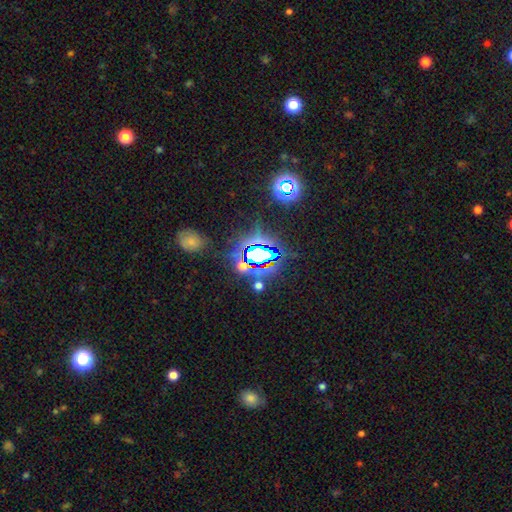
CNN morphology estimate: Q: Smooth or featured?
A: star or artifact (74%); runner-up: smooth (15%)